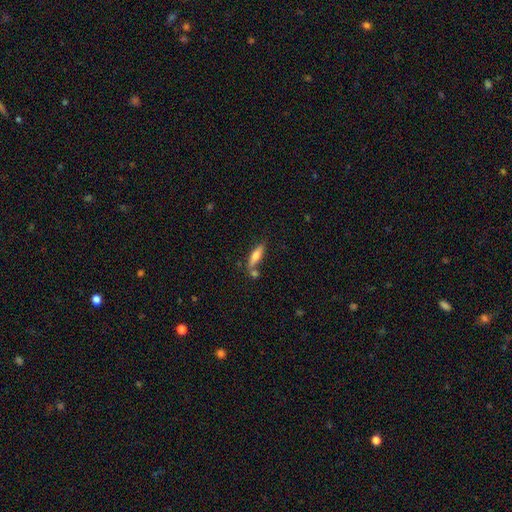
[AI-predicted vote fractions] Smooth or featured: smooth — 65% (featured or disk — 28%)
How rounded: cigar-shaped — 62% (in between — 36%)
Merging: none — 60% (merger — 20%)